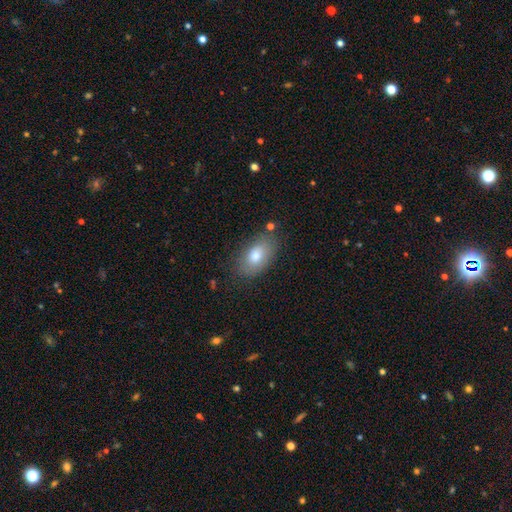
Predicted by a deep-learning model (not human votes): Smooth or featured: smooth — 77% (featured or disk — 15%)
How rounded: in between — 91% (round — 7%)
Merging: none — 77% (minor disturbance — 16%)